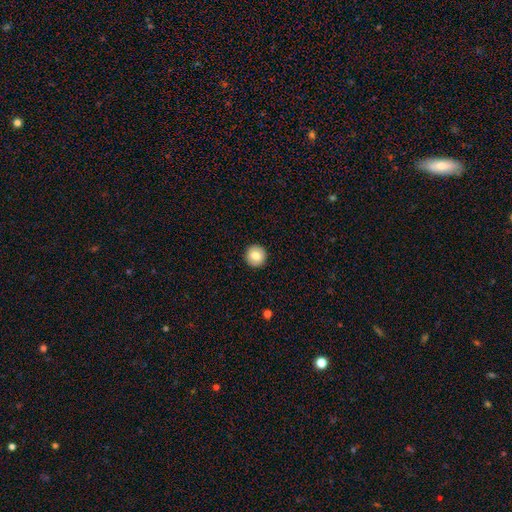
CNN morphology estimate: A smooth galaxy with no disk features (81%) that is round (95%).

Vote fractions:
- Smooth or featured? smooth: 81% / featured or disk: 11% / star or artifact: 8%
- How rounded? round: 95% / in between: 4% / cigar-shaped: 1%
- Merging? none: 93% / minor disturbance: 5% / major disturbance: 1% / merger: 1%